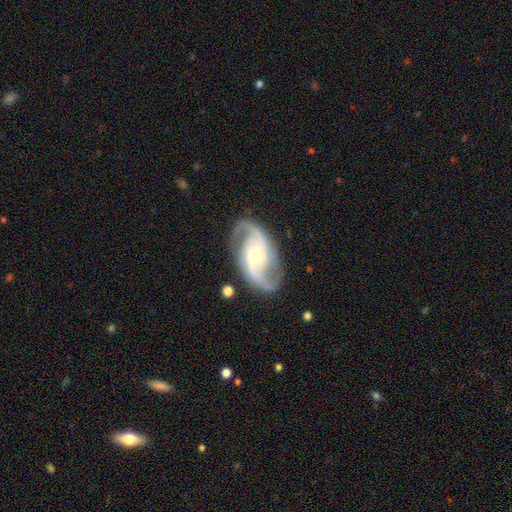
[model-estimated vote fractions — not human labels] featured or disk 91%, smooth 5%, star or artifact 5%. Down the decision tree: edge-on disk — no (97%); bar — no (47%); spiral arms — yes (98%); spiral arm count — 2 (92%); spiral winding — medium (55%); bulge size — small (52%); merging — none (83%).